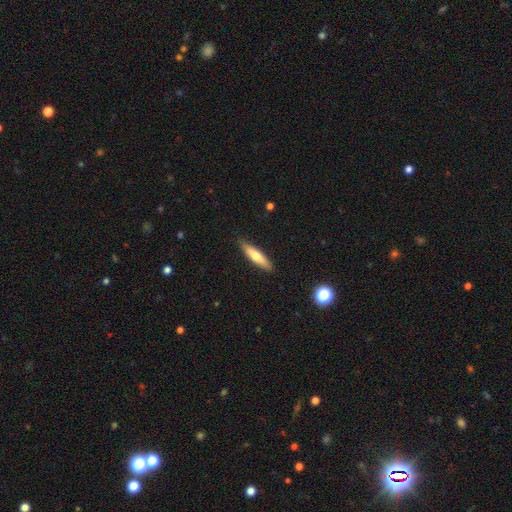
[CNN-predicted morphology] smooth_or_featured: smooth (p=0.67) [alt: featured or disk p=0.27]
how_rounded: cigar-shaped (p=0.76) [alt: in between p=0.22]
merging: none (p=0.85) [alt: minor disturbance p=0.12]